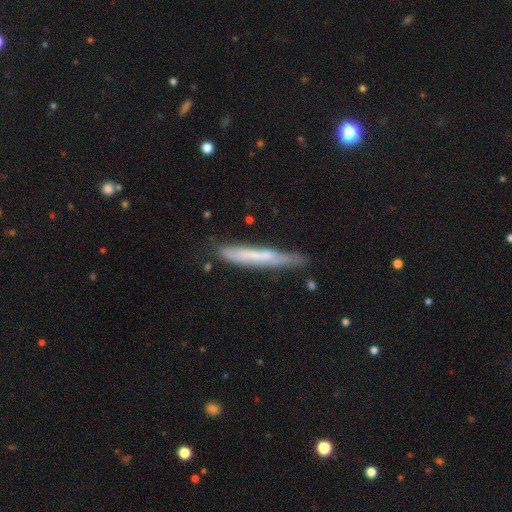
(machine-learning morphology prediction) featured or disk 47%, smooth 46%, star or artifact 7%. Down the decision tree: merging — none (70%).